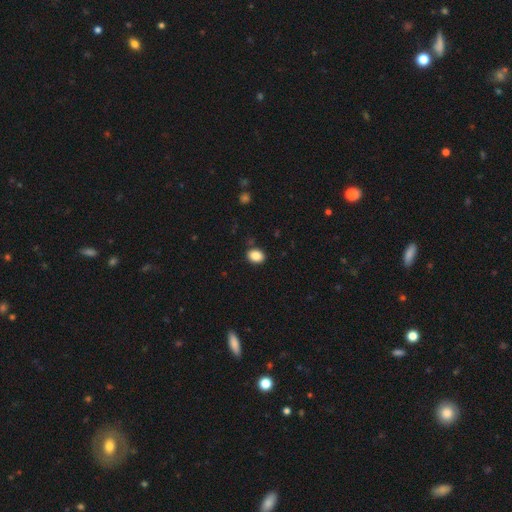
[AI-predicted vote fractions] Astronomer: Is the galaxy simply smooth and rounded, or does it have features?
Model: smooth — 87%.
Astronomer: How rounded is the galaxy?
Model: in between — 61% (runner-up: round, 38%).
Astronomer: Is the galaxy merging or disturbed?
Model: none — 86%.